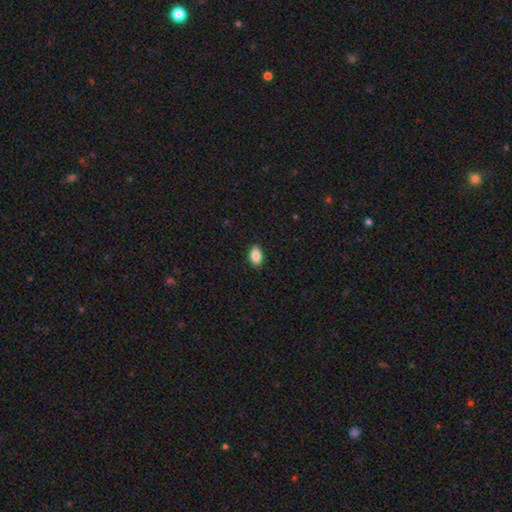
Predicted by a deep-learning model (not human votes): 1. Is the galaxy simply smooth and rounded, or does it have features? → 88% smooth, 8% star or artifact, 4% featured or disk.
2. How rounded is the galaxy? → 90% in between, 9% round, 2% cigar-shaped.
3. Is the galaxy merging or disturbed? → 89% none, 8% minor disturbance, 2% major disturbance, 1% merger.